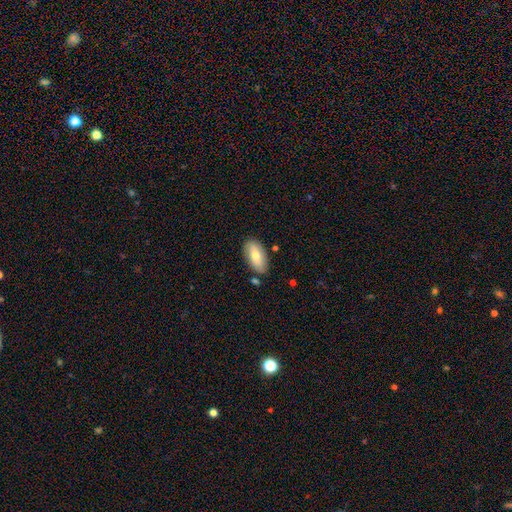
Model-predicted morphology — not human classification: This is likely a smooth galaxy (69%). How rounded: clearly in between (91%). Merging: likely none (80%).